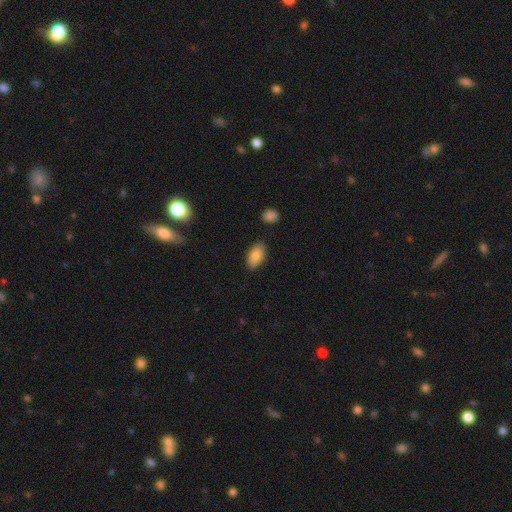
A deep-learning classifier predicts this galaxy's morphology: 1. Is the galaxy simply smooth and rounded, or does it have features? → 84% smooth, 9% featured or disk, 7% star or artifact.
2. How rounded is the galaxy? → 93% in between, 5% round, 2% cigar-shaped.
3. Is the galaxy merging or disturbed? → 84% none, 11% minor disturbance, 2% major disturbance, 2% merger.